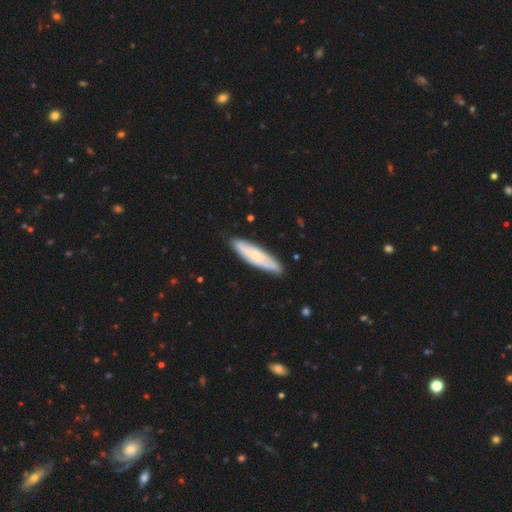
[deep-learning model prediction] This appears to be a smooth galaxy with no disk features (52%) that is cigar-shaped (70%). Merging: none (83%).